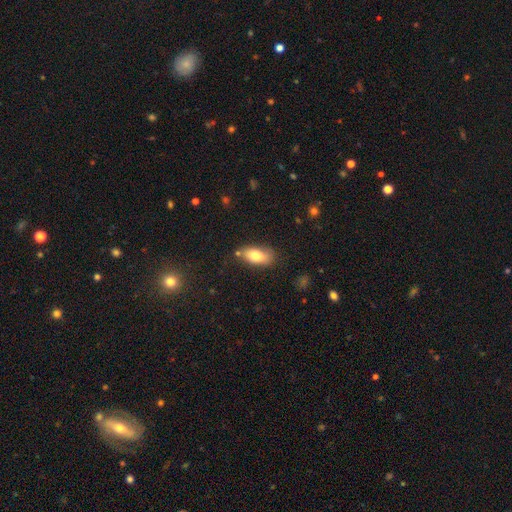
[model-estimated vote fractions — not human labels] A smooth galaxy with no disk features (78%) that is in between round and cigar-shaped (89%).

Vote fractions:
- Smooth or featured? smooth: 78% / featured or disk: 14% / star or artifact: 8%
- How rounded? in between: 89% / cigar-shaped: 7% / round: 5%
- Merging? none: 71% / minor disturbance: 20% / major disturbance: 5% / merger: 4%